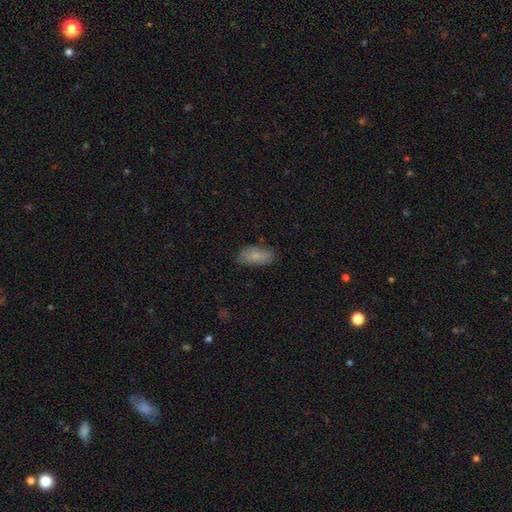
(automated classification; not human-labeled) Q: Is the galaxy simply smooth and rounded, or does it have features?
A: smooth — 78%.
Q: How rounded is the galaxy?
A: in between — 90%.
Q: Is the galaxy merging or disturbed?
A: none — 79%.